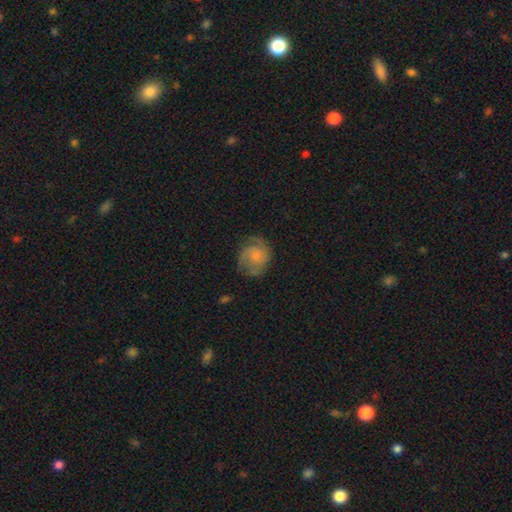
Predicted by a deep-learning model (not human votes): Smooth or featured? Predicted: featured or disk (p=0.61). Edge-on disk? Predicted: no (p=0.98). Bar? Predicted: no (p=0.77). Spiral arms? Predicted: yes (p=0.88). Spiral winding? Predicted: medium (p=0.42). Spiral arm count? Predicted: 2 (p=0.35). Bulge size? Predicted: small (p=0.56). Merging? Predicted: none (p=0.63).